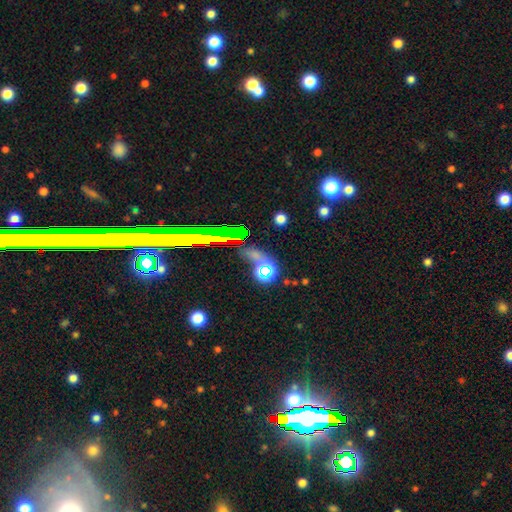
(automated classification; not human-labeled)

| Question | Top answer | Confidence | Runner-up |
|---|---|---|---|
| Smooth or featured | star or artifact | 52% | smooth (35%) |